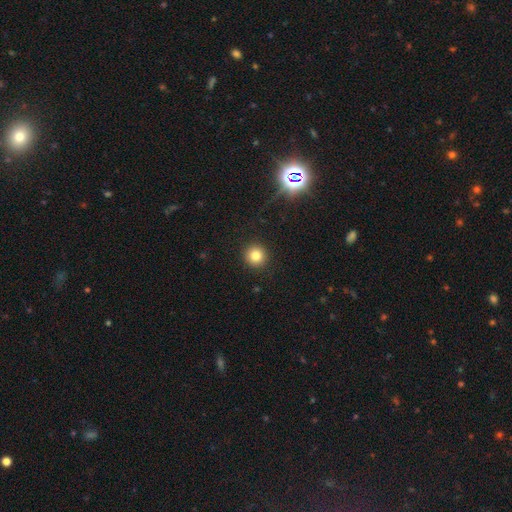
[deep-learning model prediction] Overall: smooth (80%). How rounded: round (93%). Merging: none (92%).